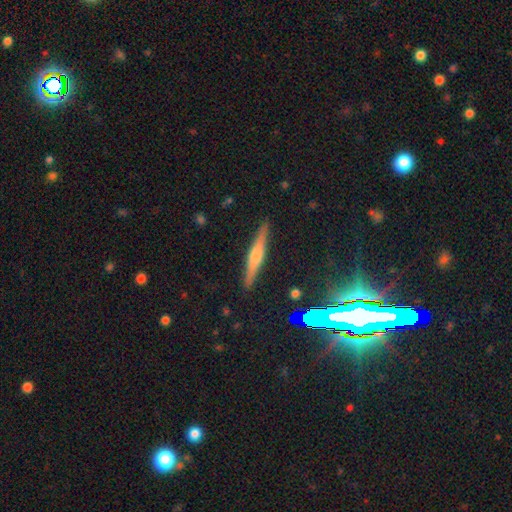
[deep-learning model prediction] smooth_or_featured: featured or disk (p=0.61) [alt: smooth p=0.29]
disk_edge_on: yes (p=0.97) [alt: no p=0.03]
edge_on_bulge: rounded (p=0.67) [alt: boxy p=0.20]
merging: none (p=0.90) [alt: minor disturbance p=0.07]